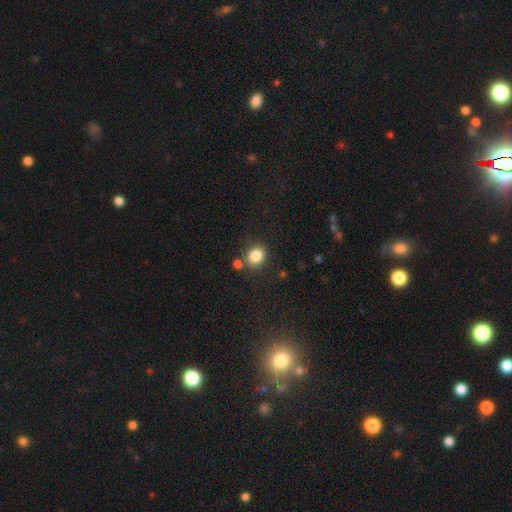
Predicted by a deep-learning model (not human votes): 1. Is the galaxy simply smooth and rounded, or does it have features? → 85% smooth, 10% star or artifact, 5% featured or disk.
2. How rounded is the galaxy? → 69% round, 30% in between, 1% cigar-shaped.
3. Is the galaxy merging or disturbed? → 74% none, 11% minor disturbance, 10% merger, 4% major disturbance.